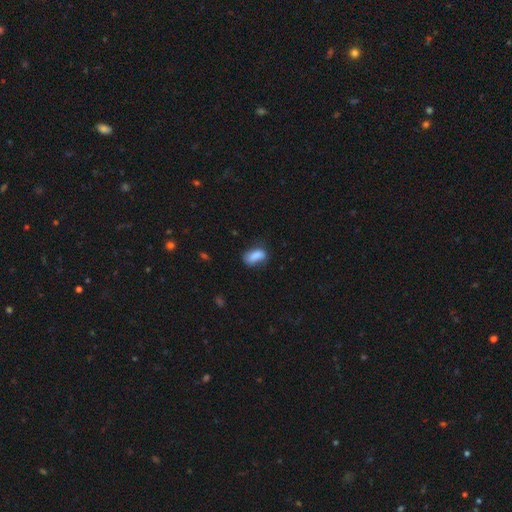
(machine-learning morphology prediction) smooth_or_featured: smooth (p=0.83) [alt: featured or disk p=0.09]
how_rounded: in between (p=0.86) [alt: cigar-shaped p=0.09]
merging: none (p=0.56) [alt: minor disturbance p=0.30]